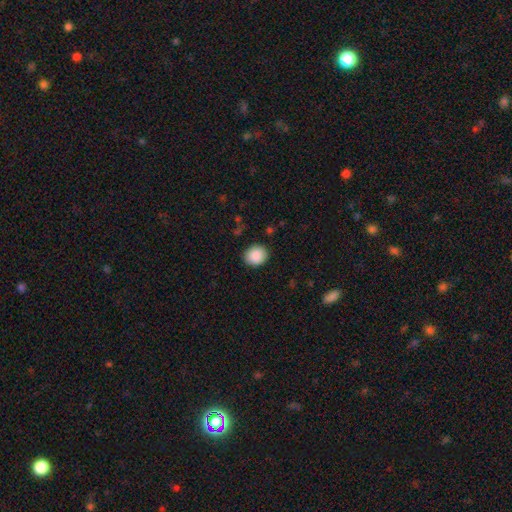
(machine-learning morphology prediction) A smooth galaxy with no disk features (90%) that is round (72%).

Vote fractions:
- Smooth or featured? smooth: 90% / star or artifact: 7% / featured or disk: 3%
- How rounded? round: 72% / in between: 27% / cigar-shaped: 1%
- Merging? none: 88% / minor disturbance: 8% / major disturbance: 2% / merger: 1%